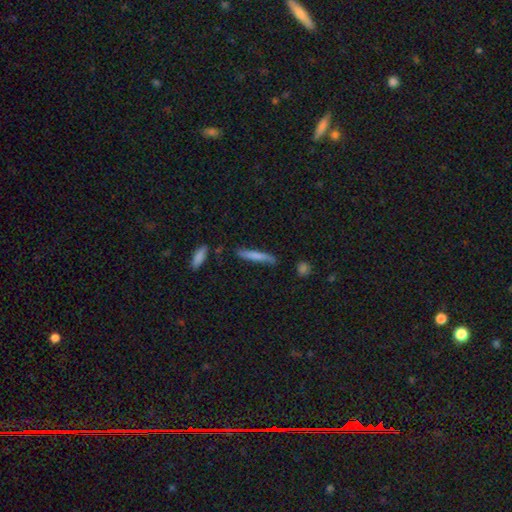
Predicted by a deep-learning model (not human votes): smooth_or_featured: smooth (p=0.68) [alt: featured or disk p=0.26]
how_rounded: cigar-shaped (p=0.92) [alt: in between p=0.07]
merging: none (p=0.69) [alt: minor disturbance p=0.22]